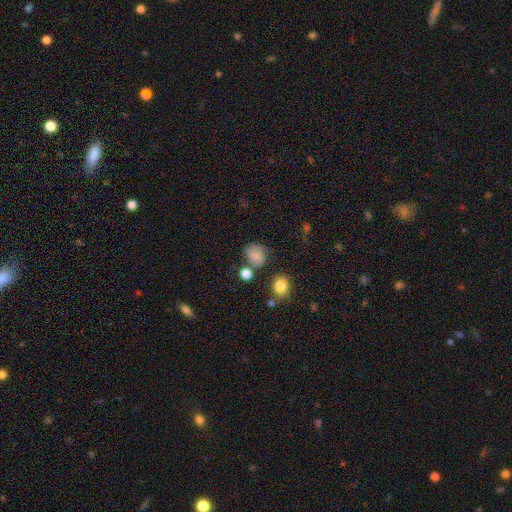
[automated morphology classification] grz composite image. It shows a smooth galaxy with no disk features (81%) that is round (68%). Merging: none (61%).